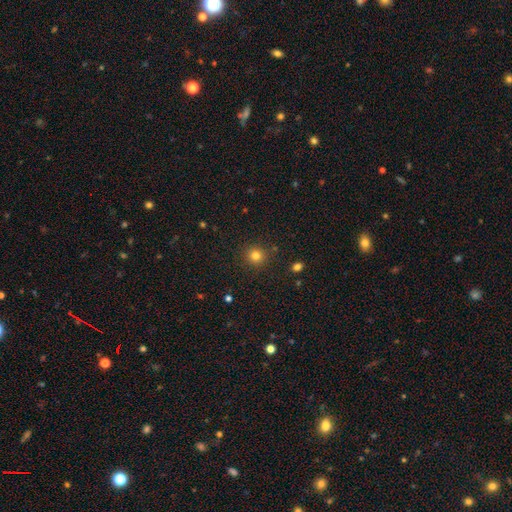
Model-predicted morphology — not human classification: Smooth or featured: smooth — 81% (star or artifact — 14%)
How rounded: round — 93% (in between — 6%)
Merging: none — 89% (minor disturbance — 6%)